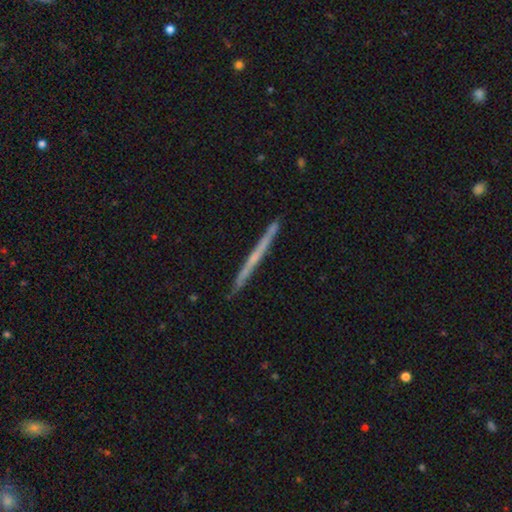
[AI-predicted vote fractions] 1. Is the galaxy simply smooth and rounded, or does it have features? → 60% featured or disk, 34% smooth, 6% star or artifact.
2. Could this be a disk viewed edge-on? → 98% yes, 2% no.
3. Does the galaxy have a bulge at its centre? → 78% none, 18% rounded, 4% boxy.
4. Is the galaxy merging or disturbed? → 91% none, 7% minor disturbance, 1% merger, 1% major disturbance.